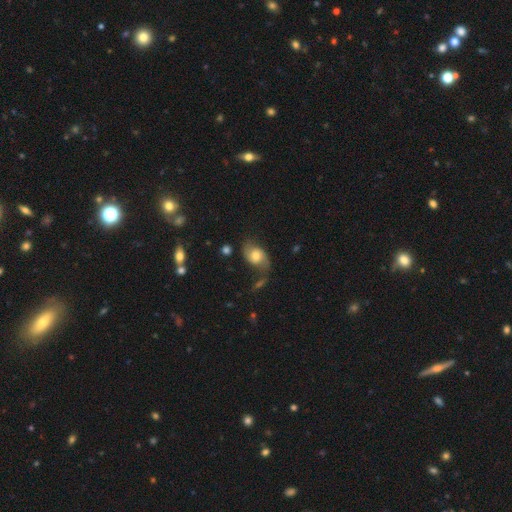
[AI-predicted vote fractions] Overall: featured or disk (53%; smooth 38%). Edge-on disk: no (95%). Bar: no (67%). Spiral arms: yes (86%). Bulge size: moderate (56%; large 23%). Merging: none (57%; minor disturbance 22%).